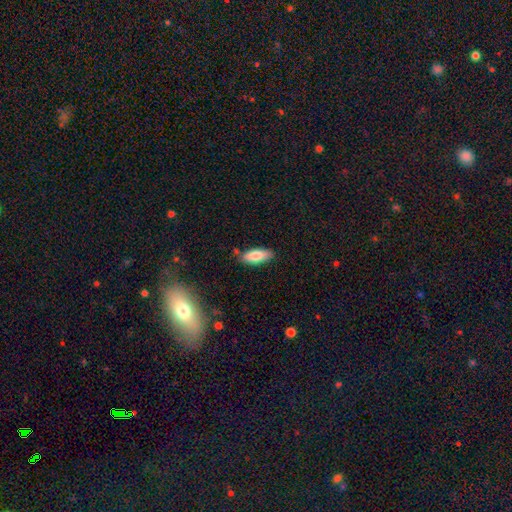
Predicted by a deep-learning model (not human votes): Q: Smooth or featured?
A: smooth (82%); runner-up: featured or disk (12%)
Q: How rounded?
A: in between (75%); runner-up: cigar-shaped (23%)
Q: Merging?
A: none (80%); runner-up: minor disturbance (14%)